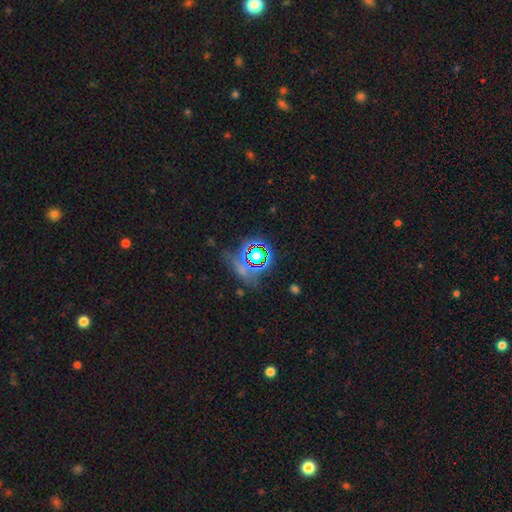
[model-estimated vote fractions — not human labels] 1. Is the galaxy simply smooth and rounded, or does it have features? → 61% star or artifact, 28% smooth, 11% featured or disk.